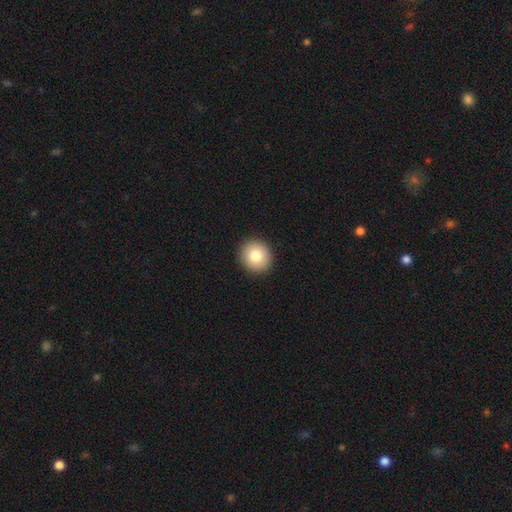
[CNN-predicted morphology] Smooth or featured? smooth (81%)
How rounded? round (86%)
Merging? none (93%)